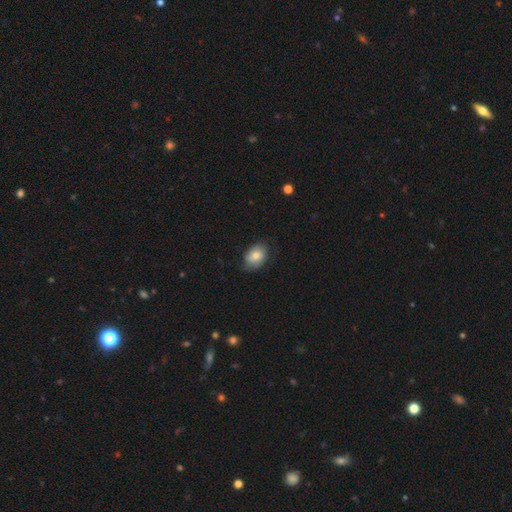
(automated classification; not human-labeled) smooth 72%, featured or disk 21%, star or artifact 7%. Down the decision tree: how rounded — in between (72%); merging — none (70%).